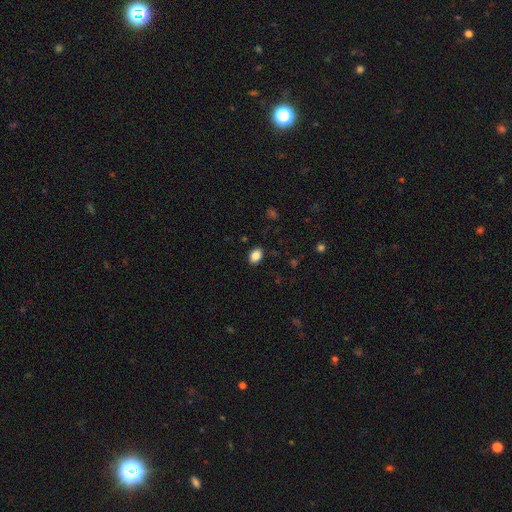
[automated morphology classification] This appears to be a smooth galaxy with no disk features (86%) that is in between round and cigar-shaped (80%). Merging: none (88%).